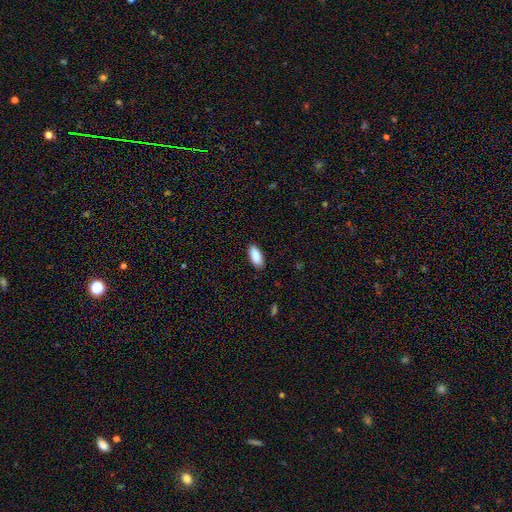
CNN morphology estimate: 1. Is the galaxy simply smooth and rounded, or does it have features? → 90% smooth, 6% star or artifact, 4% featured or disk.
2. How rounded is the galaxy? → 89% in between, 9% cigar-shaped, 2% round.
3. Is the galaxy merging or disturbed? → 89% none, 8% minor disturbance, 2% major disturbance, 1% merger.